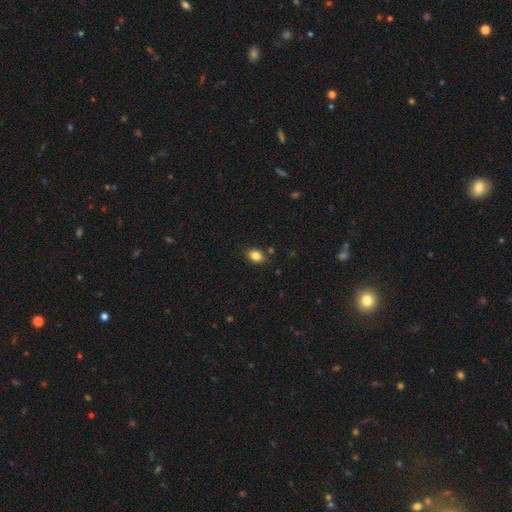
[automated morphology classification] Overall: smooth (84%). How rounded: in between (75%). Merging: none (83%).